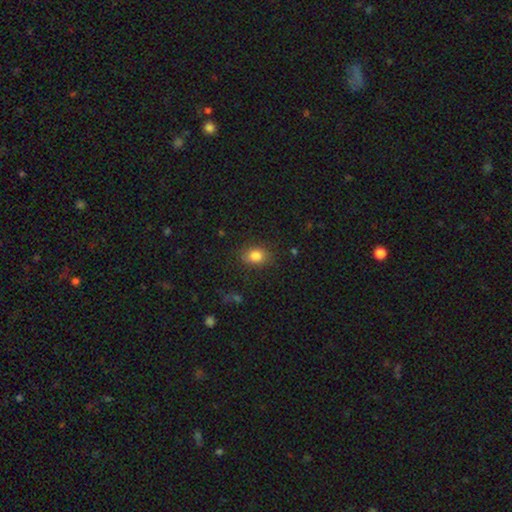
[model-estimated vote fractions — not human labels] This is clearly a smooth galaxy (84%). How rounded: likely in between (64%). Merging: likely none (79%).